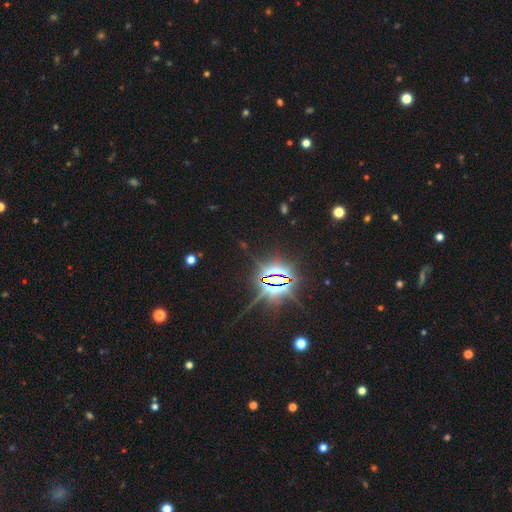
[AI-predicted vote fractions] The model was most divided on "smooth or featured": star or artifact: 84%, smooth: 10%, featured or disk: 6%.